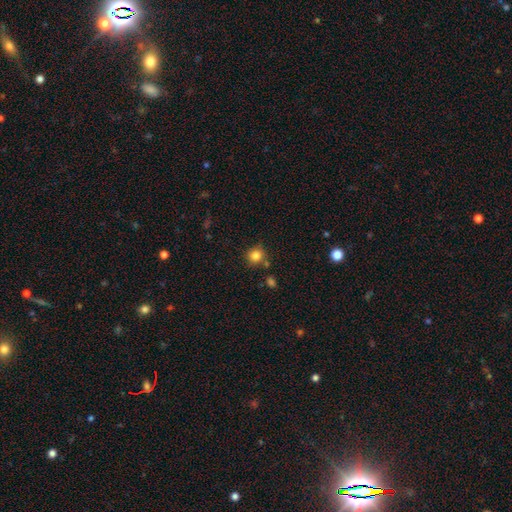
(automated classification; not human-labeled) A smooth galaxy with no disk features (83%) that is round (87%). Merging: none (78%).